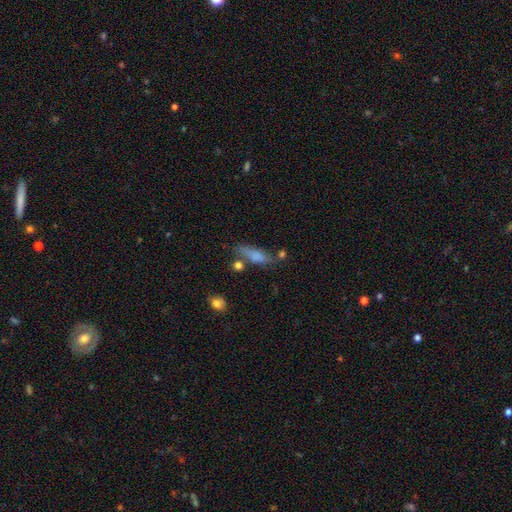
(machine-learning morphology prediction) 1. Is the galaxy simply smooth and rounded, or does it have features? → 76% smooth, 15% featured or disk, 9% star or artifact.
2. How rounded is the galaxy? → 49% in between, 47% cigar-shaped, 4% round.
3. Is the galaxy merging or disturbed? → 52% none, 24% minor disturbance, 13% merger, 10% major disturbance.